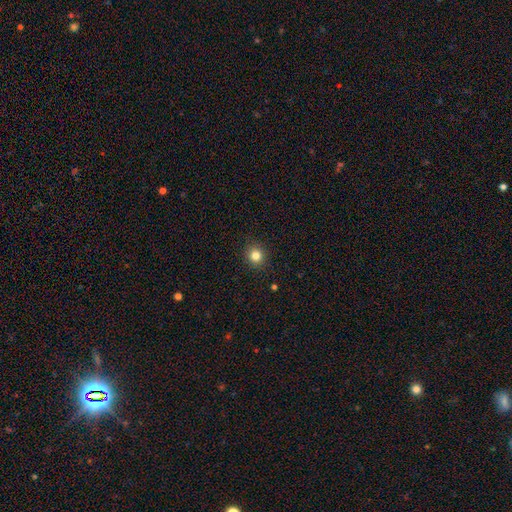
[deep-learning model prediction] This appears to be a smooth galaxy with no disk features (82%) that is round (90%). Merging: none (91%).